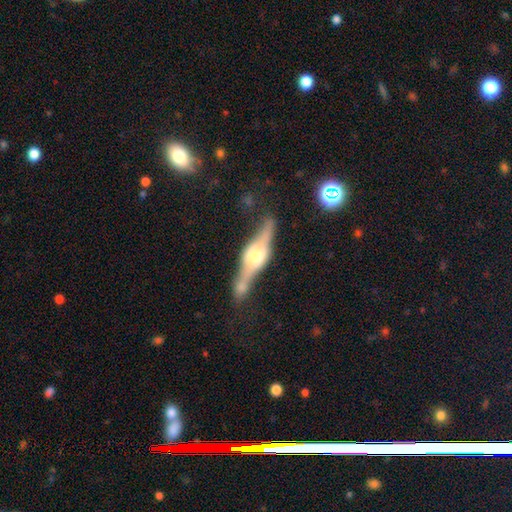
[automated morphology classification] A featured or disk galaxy (77%) viewed edge-on (94%) with a rounded central bulge (82%).

Vote fractions:
- Smooth or featured? featured or disk: 77% / smooth: 17% / star or artifact: 6%
- Edge-on disk? yes: 94% / no: 6%
- Edge-on bulge? rounded: 82% / boxy: 16% / none: 2%
- Merging? none: 59% / minor disturbance: 17% / merger: 16% / major disturbance: 7%